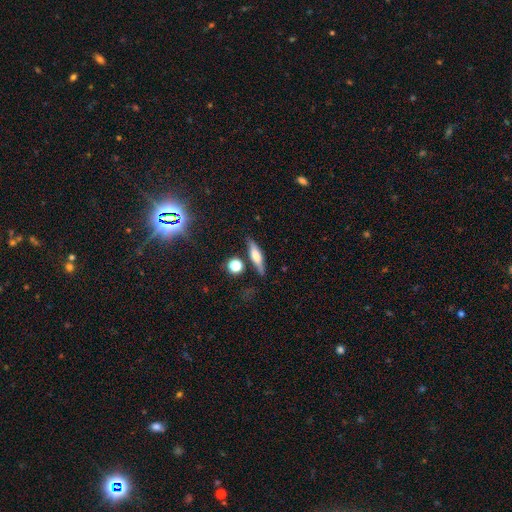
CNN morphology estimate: type=smooth (49%); merging=none (78%).